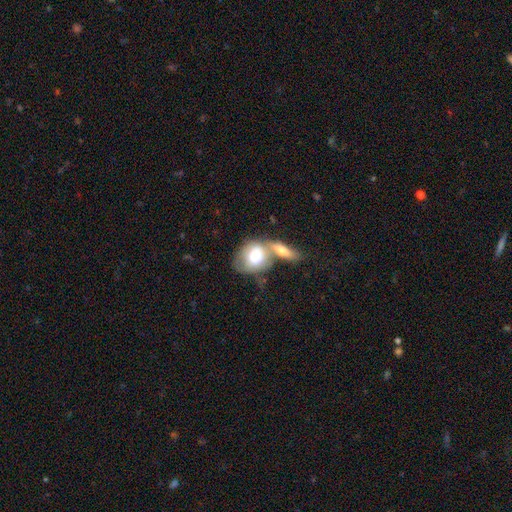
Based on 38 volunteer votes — Smooth or featured: smooth — 74% (featured or disk — 24%)
How rounded: in between — 75% (round — 25%)
Merging: merger — 73% (minor disturbance — 11%)